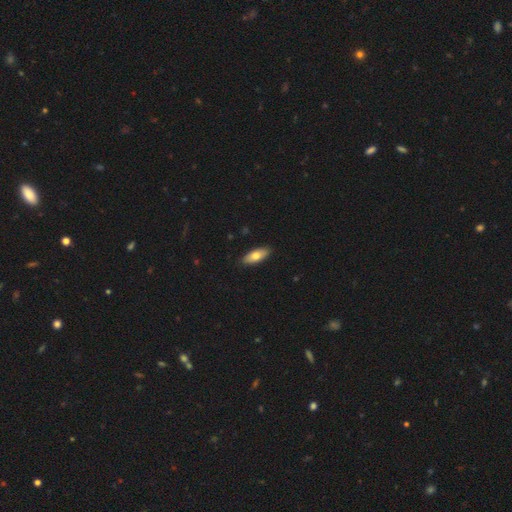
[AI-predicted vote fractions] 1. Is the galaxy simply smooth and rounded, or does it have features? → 74% smooth, 20% featured or disk, 6% star or artifact.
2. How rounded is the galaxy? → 79% in between, 18% cigar-shaped, 2% round.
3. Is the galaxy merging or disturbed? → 89% none, 8% minor disturbance, 2% major disturbance, 1% merger.